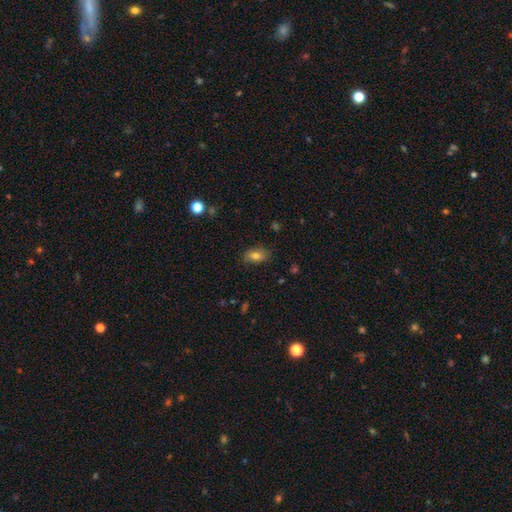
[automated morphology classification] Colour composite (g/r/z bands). It shows a smooth galaxy with no disk features (76%) that is in between round and cigar-shaped (84%). Merging: none (79%).